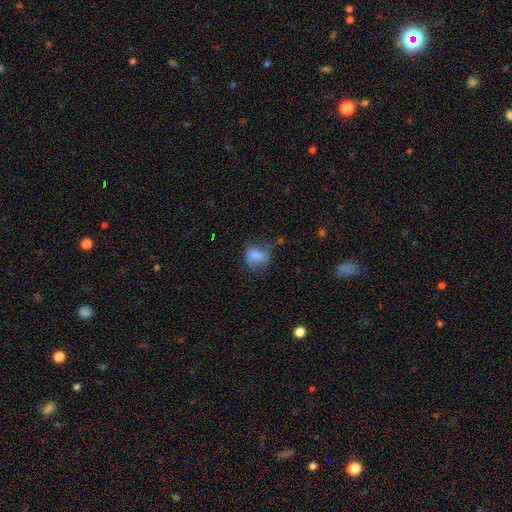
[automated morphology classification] The model was most divided on "merging": none: 48%, minor disturbance: 30%, major disturbance: 18%, merger: 3%. More confident: smooth or featured — smooth (74%); how rounded — in between (67%).